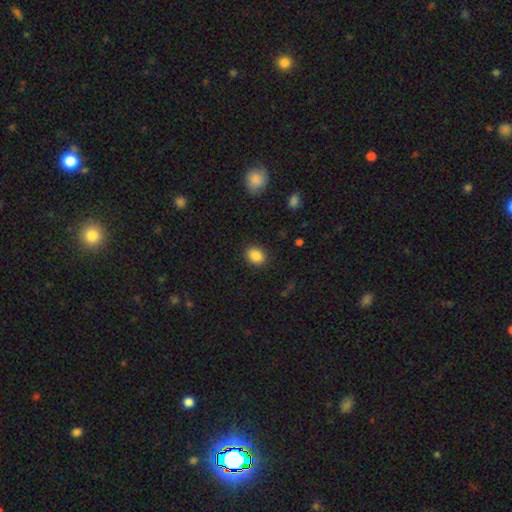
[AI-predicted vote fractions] A smooth galaxy with no disk features (87%) that is in between round and cigar-shaped (59%).

Vote fractions:
- Smooth or featured? smooth: 87% / star or artifact: 9% / featured or disk: 4%
- How rounded? in between: 59% / round: 40% / cigar-shaped: 1%
- Merging? none: 88% / minor disturbance: 8% / major disturbance: 3% / merger: 1%